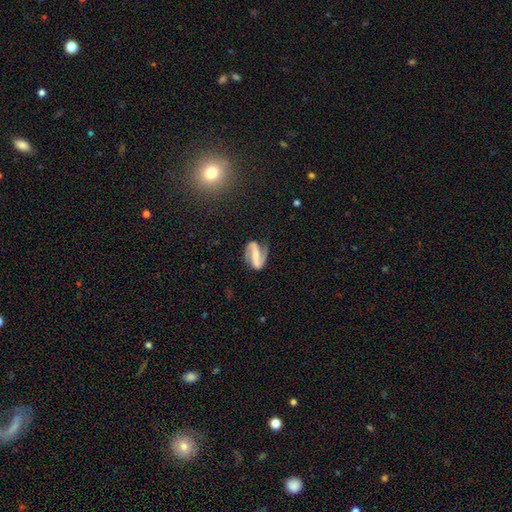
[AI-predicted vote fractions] The model was most divided on "bulge size": small: 39%, none: 33%, moderate: 22%, large: 5%, dominant: 2%. Remaining: edge-on disk — no (97%); spiral arms — yes (95%); spiral arm count — 2 (92%); smooth or featured — featured or disk (85%); merging — none (74%); bar — strong (63%); spiral winding — loose (45%).